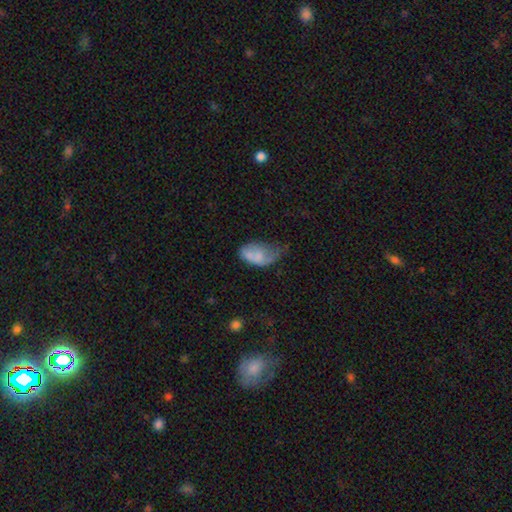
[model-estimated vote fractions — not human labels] Overall: smooth (68%). How rounded: in between (92%). Merging: minor disturbance (39%; major disturbance 35%).